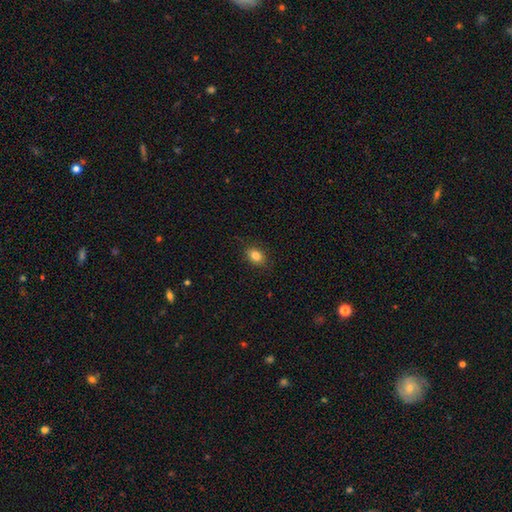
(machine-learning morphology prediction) A smooth galaxy with no disk features (83%) that is in between round and cigar-shaped (69%). Merging: none (86%).